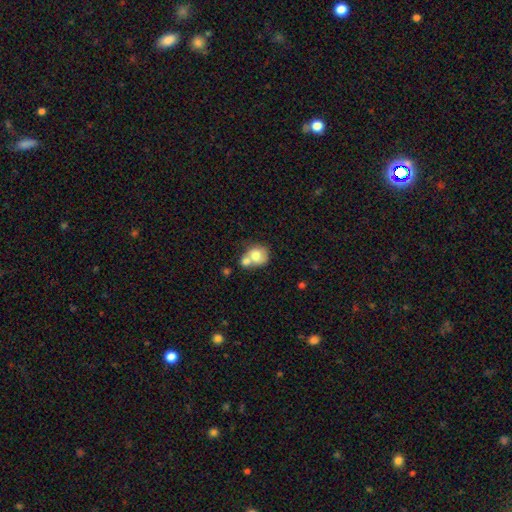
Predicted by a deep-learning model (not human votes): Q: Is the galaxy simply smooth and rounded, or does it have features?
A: smooth — 71%.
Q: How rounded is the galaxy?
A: round — 67%.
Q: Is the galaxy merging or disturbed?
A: merger — 60%.